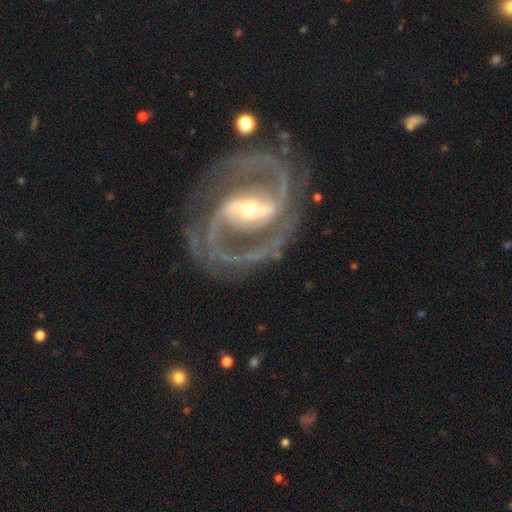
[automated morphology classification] Smooth or featured? Predicted: featured or disk (p=0.94). Edge-on disk? Predicted: no (p=0.97). Bar? Predicted: strong (p=0.66). Spiral arms? Predicted: yes (p=0.98). Spiral winding? Predicted: medium (p=0.62). Spiral arm count? Predicted: 2 (p=0.90). Bulge size? Predicted: small (p=0.52). Merging? Predicted: none (p=0.77).